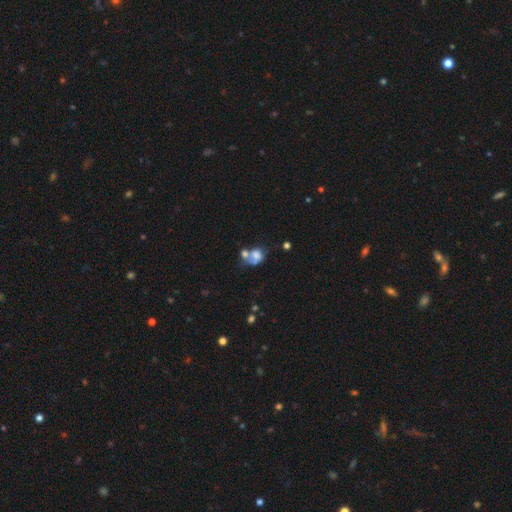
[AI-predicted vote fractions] smooth-or-featured: smooth: 63% | featured or disk: 25% | star or artifact: 12%
  how-rounded: in between: 50% | round: 49% | cigar-shaped: 1%
  merging: merger: 54% | none: 20% | major disturbance: 15% | minor disturbance: 11%